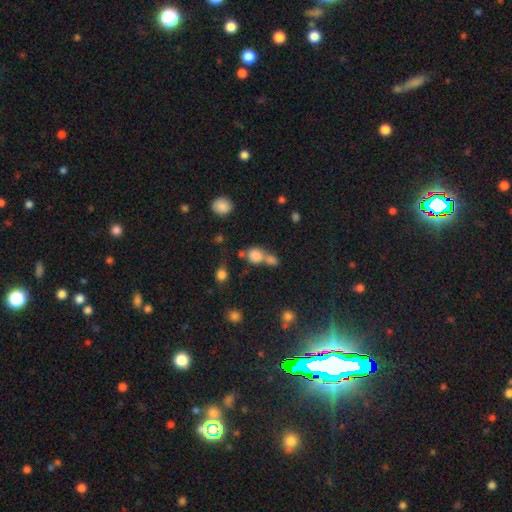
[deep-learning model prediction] Smooth or featured? Predicted: smooth (p=0.78). How rounded? Predicted: round (p=0.71). Merging? Predicted: merger (p=0.57).